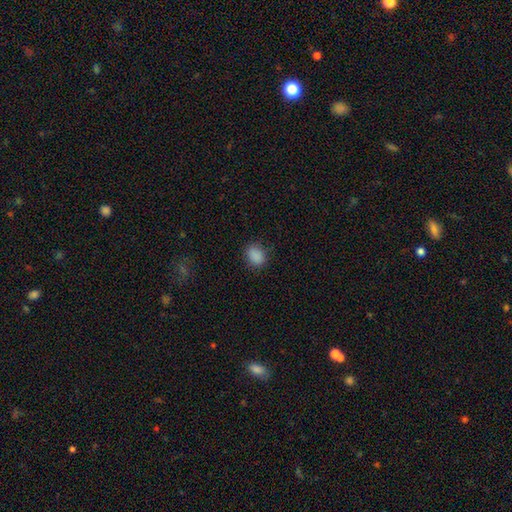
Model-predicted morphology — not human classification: smooth-or-featured: smooth: 87% | star or artifact: 10% | featured or disk: 3%
  how-rounded: in between: 63% | round: 36% | cigar-shaped: 1%
  merging: none: 82% | minor disturbance: 14% | major disturbance: 4% | merger: 1%